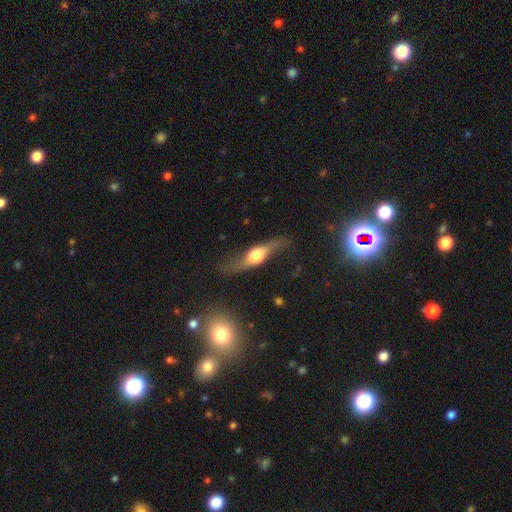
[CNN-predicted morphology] Smooth or featured: featured or disk — 68% (smooth — 25%)
Edge-on disk: yes — 65% (no — 35%)
Merging: none — 64% (minor disturbance — 20%)